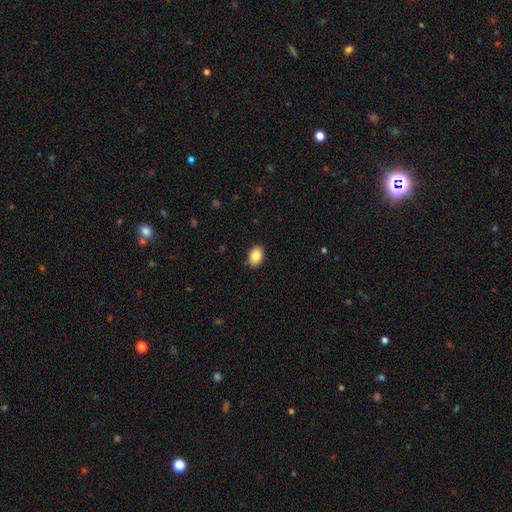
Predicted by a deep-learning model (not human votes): Smooth or featured? smooth (86%)
How rounded? in between (86%)
Merging? none (88%)